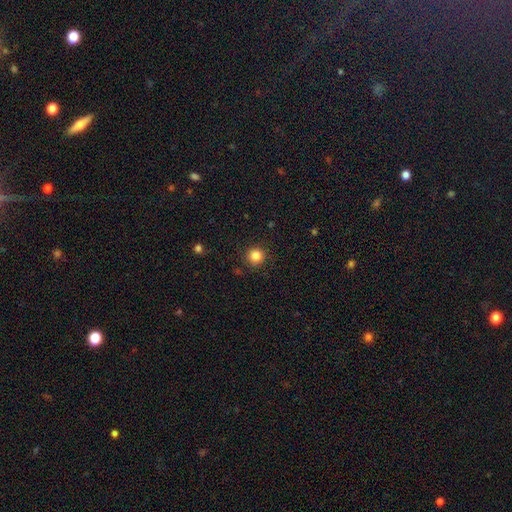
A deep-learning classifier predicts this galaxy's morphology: Smooth or featured?
  - smooth: 84% *
  - star or artifact: 12%
  - featured or disk: 5%
How rounded?
  - round: 94% *
  - in between: 5%
  - cigar-shaped: 1%
Merging?
  - none: 90% *
  - minor disturbance: 6%
  - major disturbance: 2%
  - merger: 1%